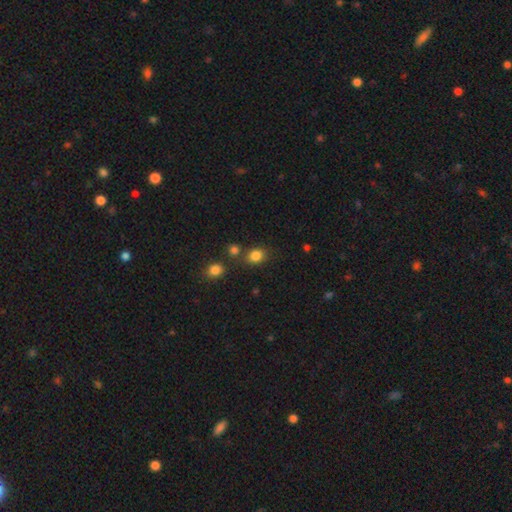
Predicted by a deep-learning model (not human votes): Smooth or featured? Predicted: smooth (p=0.83). How rounded? Predicted: round (p=0.58). Merging? Predicted: none (p=0.70).